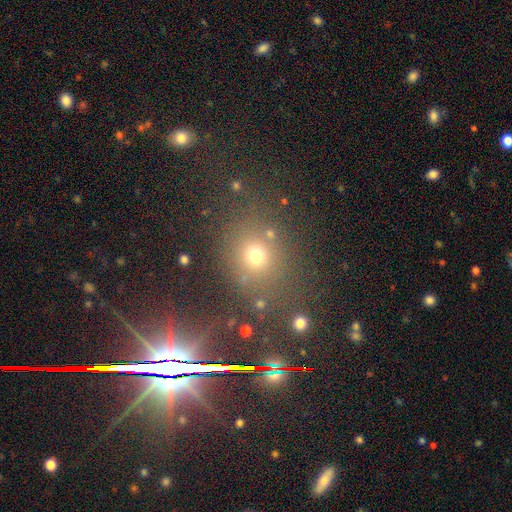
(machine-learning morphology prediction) Smooth or featured: smooth — 52% (star or artifact — 37%)
How rounded: round — 70% (in between — 28%)
Merging: none — 77% (minor disturbance — 10%)